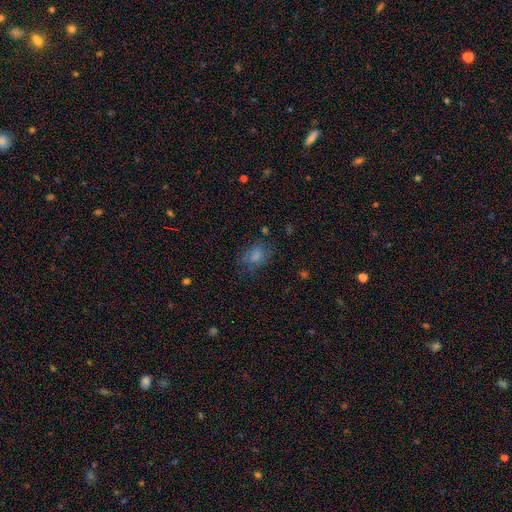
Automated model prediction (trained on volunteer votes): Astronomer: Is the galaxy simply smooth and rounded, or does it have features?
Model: smooth — 76%.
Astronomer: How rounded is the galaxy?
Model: in between — 68%.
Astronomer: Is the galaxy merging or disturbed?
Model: none — 65%.